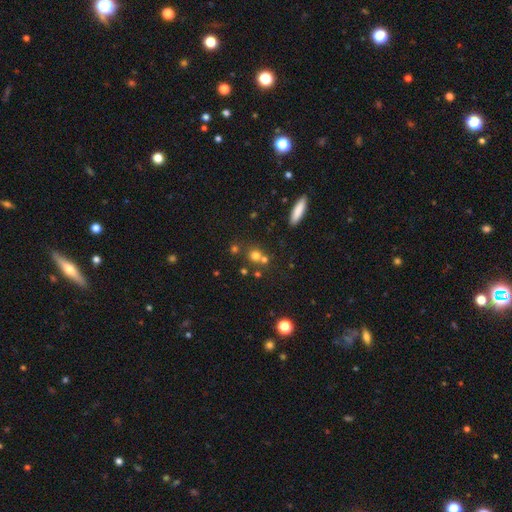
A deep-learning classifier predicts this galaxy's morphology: Smooth or featured? Predicted: smooth (p=0.68). How rounded? Predicted: round (p=0.83). Merging? Predicted: none (p=0.58).